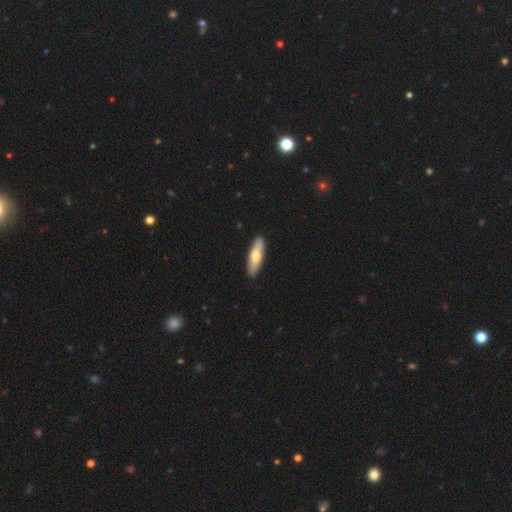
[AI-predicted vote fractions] smooth 64%, featured or disk 31%, star or artifact 5%. Down the decision tree: how rounded — cigar-shaped (55%); merging — none (90%).